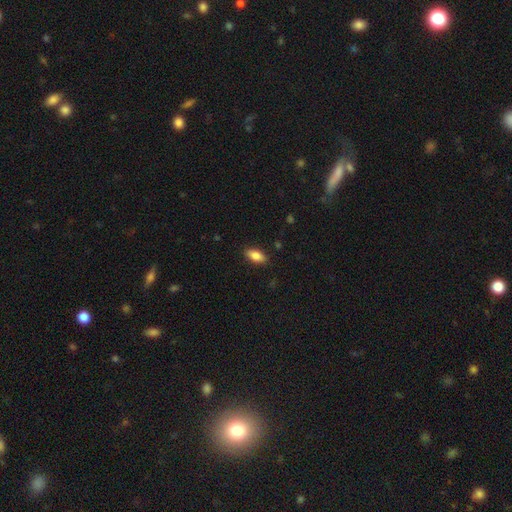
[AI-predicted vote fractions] Q: Smooth or featured?
A: smooth (81%); runner-up: featured or disk (11%)
Q: How rounded?
A: in between (87%); runner-up: cigar-shaped (10%)
Q: Merging?
A: none (88%); runner-up: minor disturbance (9%)